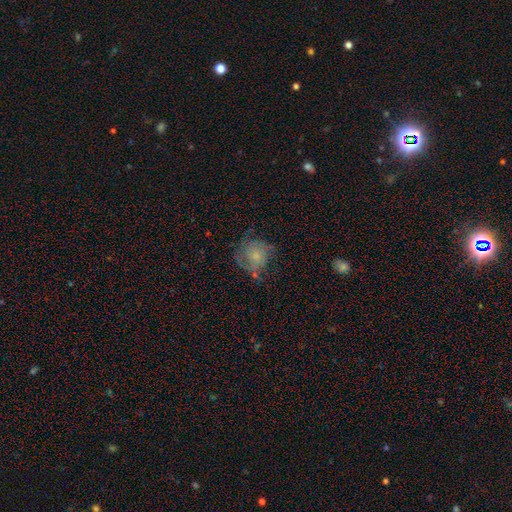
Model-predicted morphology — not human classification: smooth 46%, featured or disk 45%, star or artifact 10%. Down the decision tree: merging — none (51%).